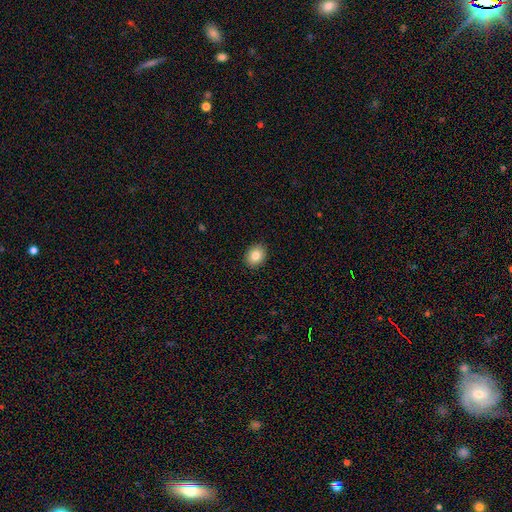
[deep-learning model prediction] The model was most divided on "how rounded": round: 53%, in between: 46%, cigar-shaped: 1%. More confident: merging — none (90%); smooth or featured — smooth (84%).